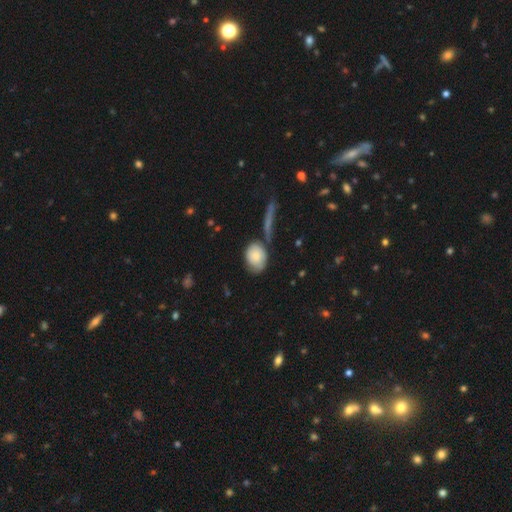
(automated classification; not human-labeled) Smooth or featured? Predicted: smooth (p=0.79). How rounded? Predicted: in between (p=0.64). Merging? Predicted: none (p=0.58).